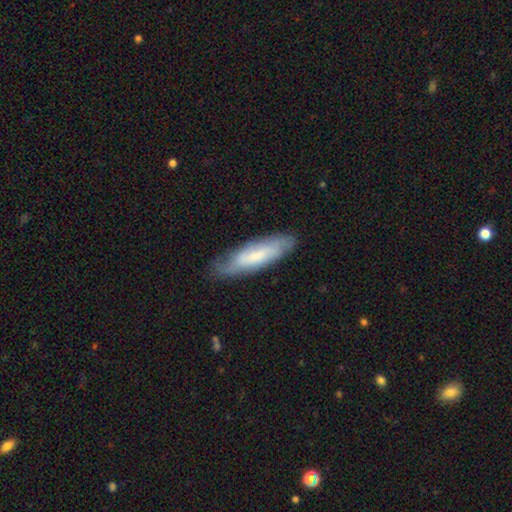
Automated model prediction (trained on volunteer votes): Smooth or featured? Predicted: smooth (p=0.53). How rounded? Predicted: cigar-shaped (p=0.65). Merging? Predicted: none (p=0.75).